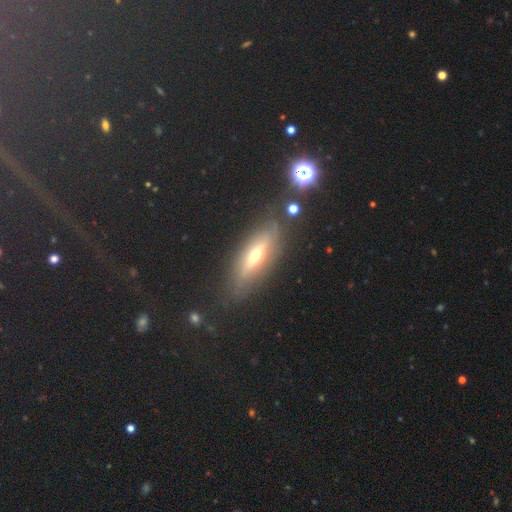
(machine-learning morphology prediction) smooth_or_featured: featured or disk (p=0.53) [alt: smooth p=0.32]
disk_edge_on: yes (p=0.77) [alt: no p=0.23]
merging: none (p=0.81) [alt: minor disturbance p=0.12]